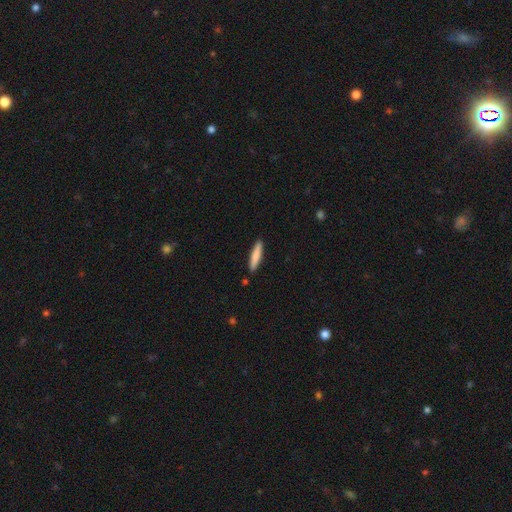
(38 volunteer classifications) Smooth or featured?
  - smooth: 76% *
  - featured or disk: 13%
  - star or artifact: 11%
How rounded?
  - cigar-shaped: 90% *
  - in between: 10%
  - round: 0%
Merging?
  - none: 82% *
  - minor disturbance: 18%
  - major disturbance: 0%
  - merger: 0%